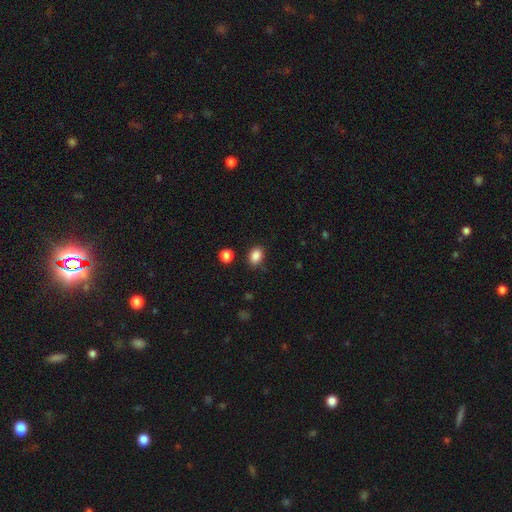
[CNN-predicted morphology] Smooth or featured?
  - smooth: 87% *
  - star or artifact: 10%
  - featured or disk: 3%
How rounded?
  - in between: 70% *
  - round: 29%
  - cigar-shaped: 1%
Merging?
  - none: 83% *
  - minor disturbance: 12%
  - major disturbance: 3%
  - merger: 3%